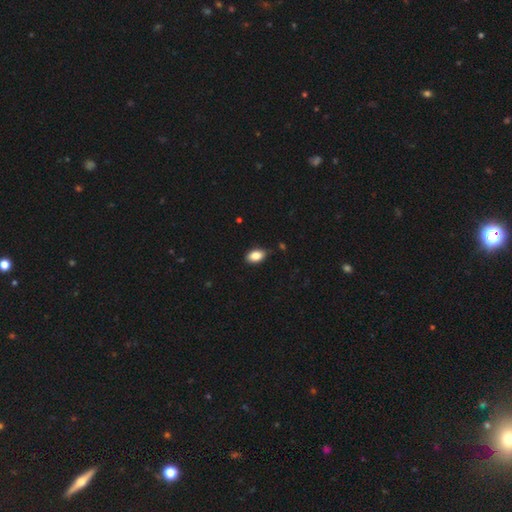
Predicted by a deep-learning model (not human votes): Overall: smooth (85%). How rounded: in between (91%). Merging: none (83%).